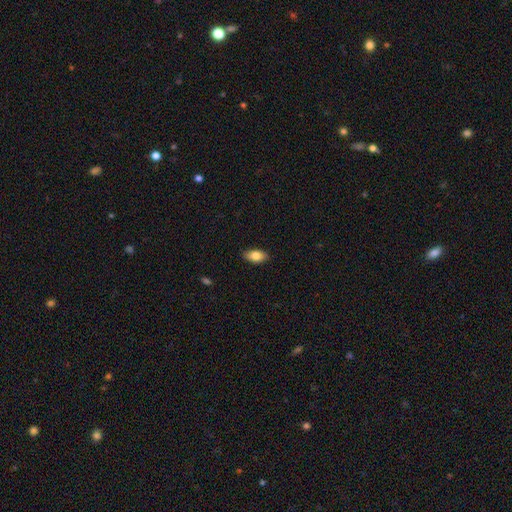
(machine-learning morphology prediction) smooth 81%, featured or disk 12%, star or artifact 7%. Down the decision tree: how rounded — in between (91%); merging — none (88%).